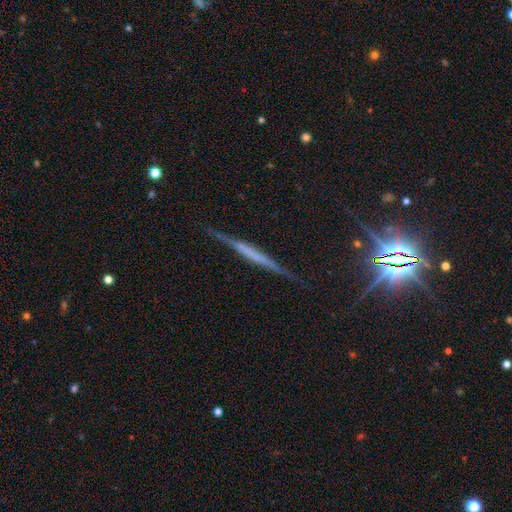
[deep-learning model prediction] smooth-or-featured: featured or disk: 62% | smooth: 24% | star or artifact: 14%
  disk-edge-on: yes: 96% | no: 4%
    edge-on-bulge: none: 68% | boxy: 17% | rounded: 15%
  merging: none: 85% | minor disturbance: 11% | major disturbance: 3% | merger: 2%